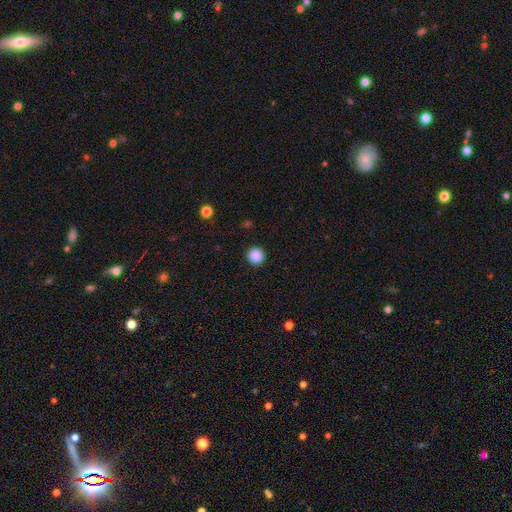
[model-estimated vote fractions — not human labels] Smooth or featured: smooth — 89% (star or artifact — 9%)
How rounded: round — 95% (in between — 4%)
Merging: none — 93% (minor disturbance — 4%)